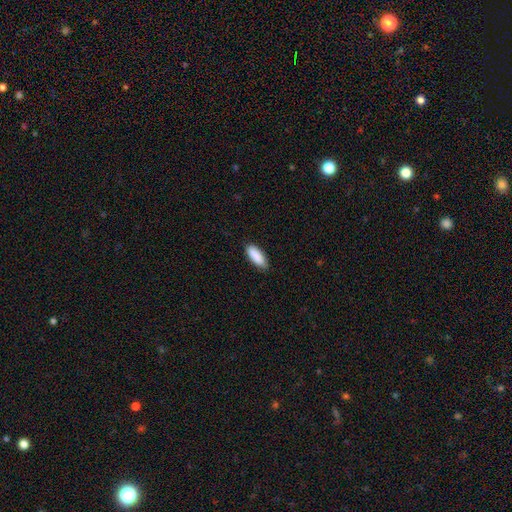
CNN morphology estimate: This appears to be a smooth galaxy with no disk features (90%) that is in between round and cigar-shaped (71%). Merging: none (83%).